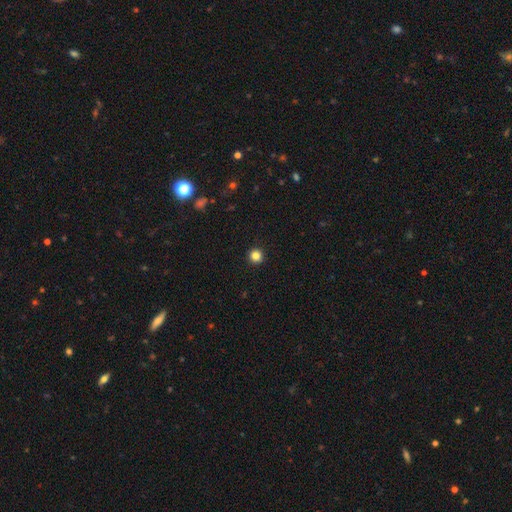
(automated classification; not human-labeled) Smooth or featured: smooth — 84% (star or artifact — 12%)
How rounded: round — 95% (in between — 4%)
Merging: none — 93% (minor disturbance — 4%)